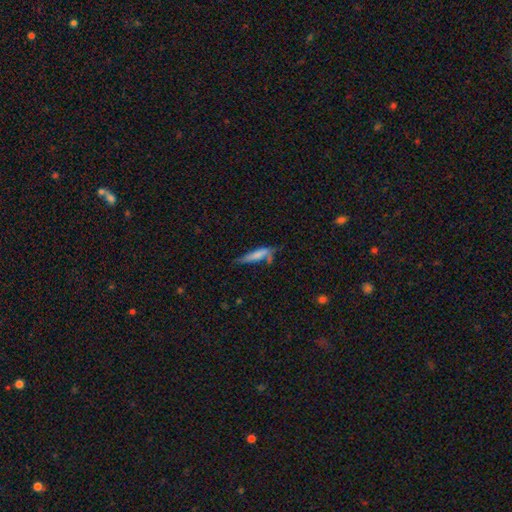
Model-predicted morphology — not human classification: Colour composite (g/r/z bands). It shows a smooth galaxy with no disk features (64%) that is cigar-shaped (84%). Merging: none (50%).